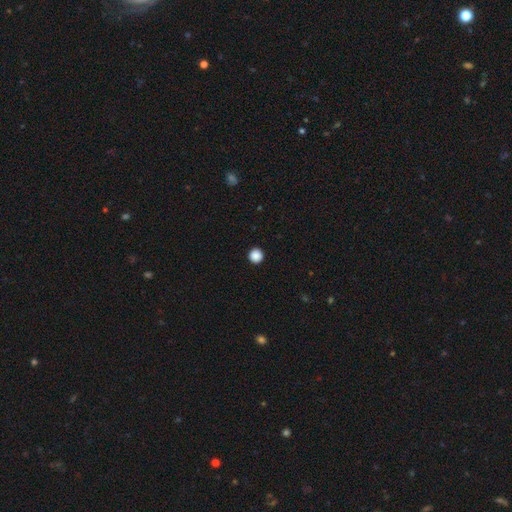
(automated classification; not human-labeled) Morphology: type=smooth (88%); roundness=round (96%); merging=none (94%).